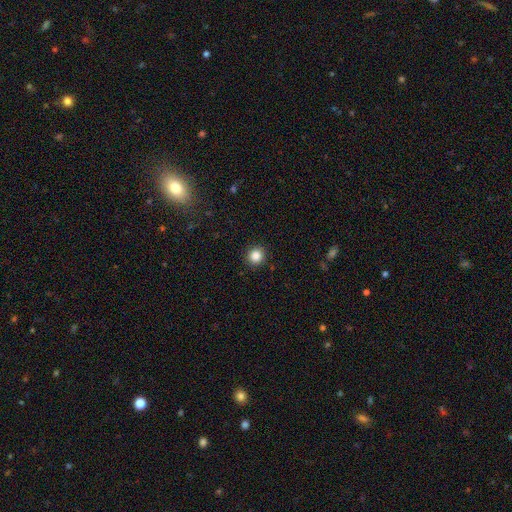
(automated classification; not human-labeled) This is clearly a smooth galaxy (86%). How rounded: clearly round (93%). Merging: clearly none (91%).